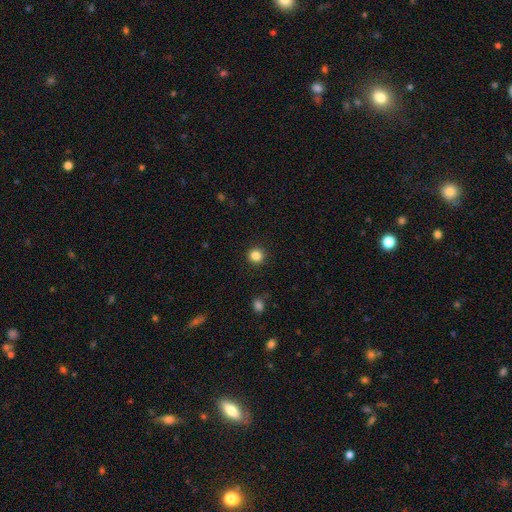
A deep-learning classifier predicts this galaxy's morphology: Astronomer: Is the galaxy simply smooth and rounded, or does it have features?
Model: smooth — 85%.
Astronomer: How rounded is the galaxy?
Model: round — 93%.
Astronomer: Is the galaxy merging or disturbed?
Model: none — 91%.